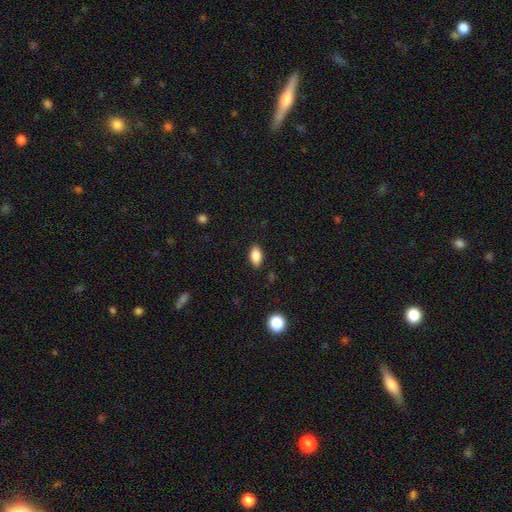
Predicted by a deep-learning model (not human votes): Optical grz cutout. It shows a smooth galaxy with no disk features (83%) that is in between round and cigar-shaped (90%). Merging: none (88%).